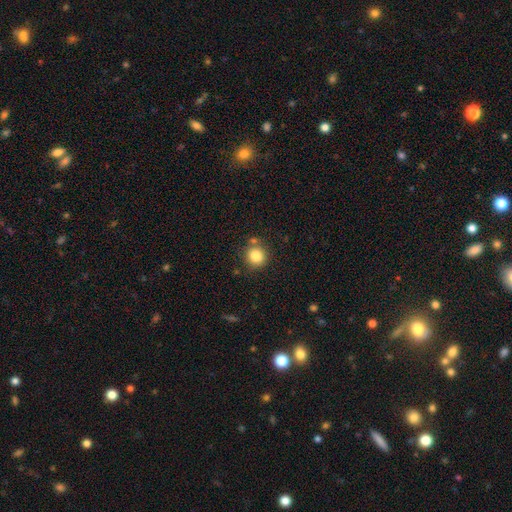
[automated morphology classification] smooth_or_featured: smooth (p=0.83) [alt: star or artifact p=0.10]
how_rounded: round (p=0.90) [alt: in between p=0.09]
merging: none (p=0.77) [alt: minor disturbance p=0.10]